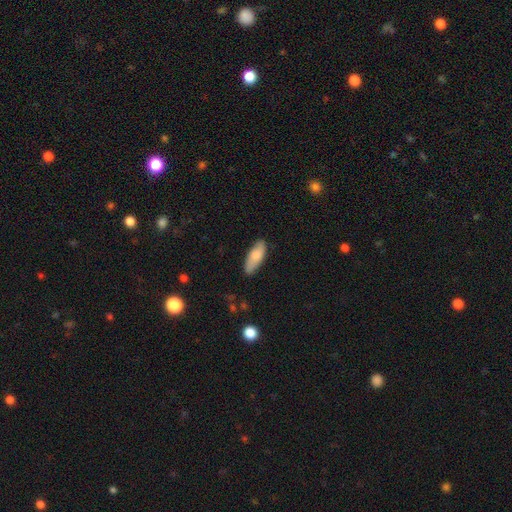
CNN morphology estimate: Smooth or featured? smooth (77%)
How rounded? in between (74%)
Merging? none (82%)